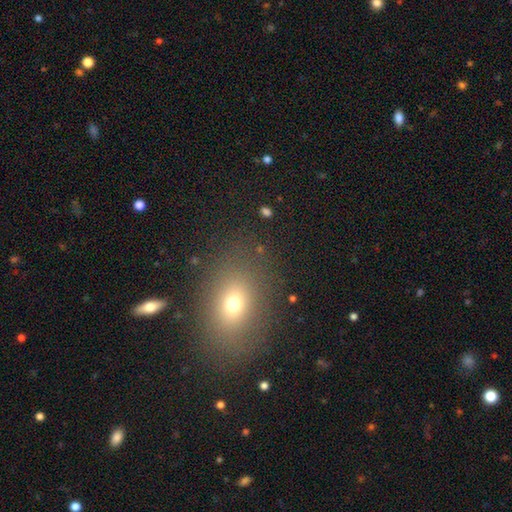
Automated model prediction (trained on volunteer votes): smooth_or_featured: smooth (p=0.65) [alt: star or artifact p=0.21]
how_rounded: in between (p=0.75) [alt: round p=0.23]
merging: none (p=0.85) [alt: minor disturbance p=0.09]